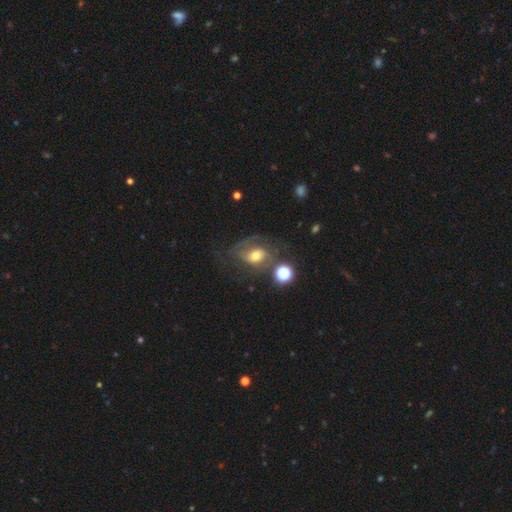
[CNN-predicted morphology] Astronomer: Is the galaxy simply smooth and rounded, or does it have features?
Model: featured or disk — 67%.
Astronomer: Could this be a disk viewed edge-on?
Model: no — 97%.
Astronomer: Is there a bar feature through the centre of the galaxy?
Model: no — 56% (runner-up: weak, 34%).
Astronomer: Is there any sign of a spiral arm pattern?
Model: yes — 85%.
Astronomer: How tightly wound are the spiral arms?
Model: medium — 45% (runner-up: tight, 32%).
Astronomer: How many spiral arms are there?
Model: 2 — 45% (runner-up: can't tell, 24%).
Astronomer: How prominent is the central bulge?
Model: moderate — 59%.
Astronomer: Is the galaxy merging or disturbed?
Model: none — 44% (runner-up: major disturbance, 29%).